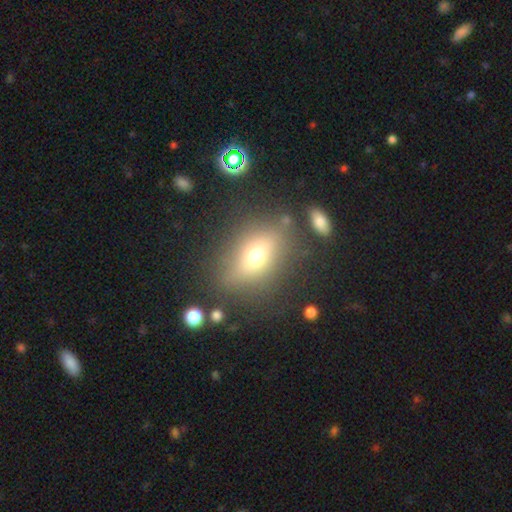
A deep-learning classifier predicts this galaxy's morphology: This is possibly a smooth galaxy (58%). How rounded: likely in between (67%). Merging: likely none (76%).